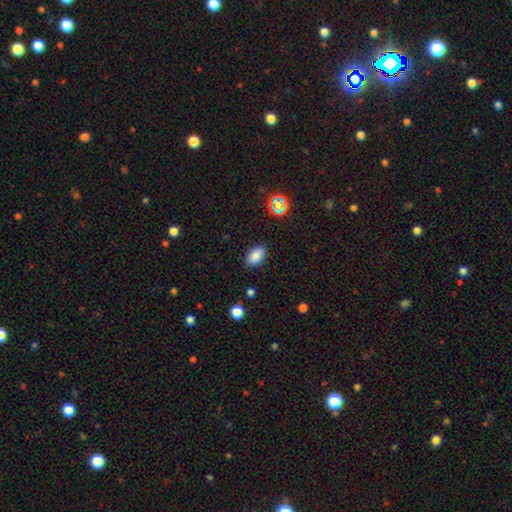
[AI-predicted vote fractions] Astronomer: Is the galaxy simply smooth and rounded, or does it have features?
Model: smooth — 84%.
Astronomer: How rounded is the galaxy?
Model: in between — 90%.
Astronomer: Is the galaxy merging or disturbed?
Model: none — 86%.